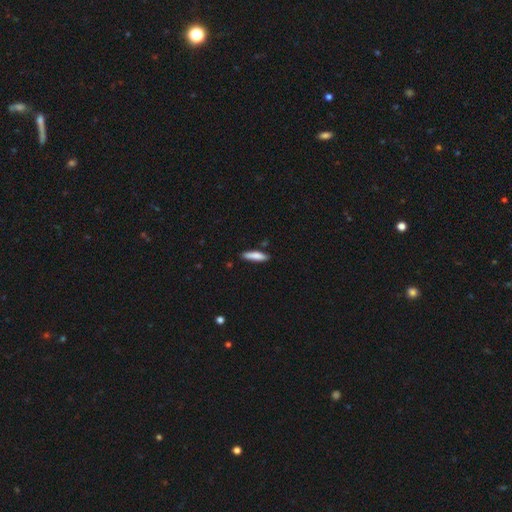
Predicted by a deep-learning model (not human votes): A smooth galaxy with no disk features (82%) that is cigar-shaped (78%). Merging: none (82%).